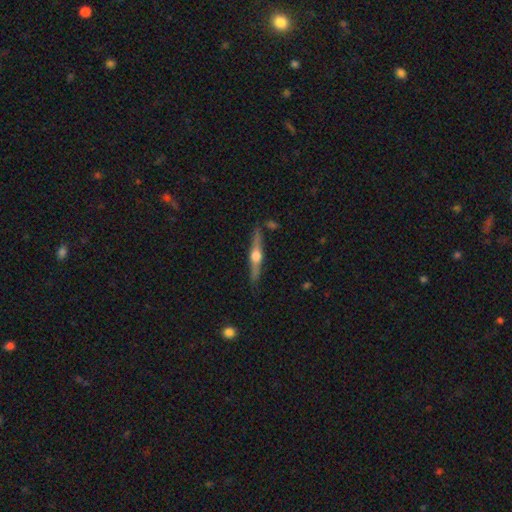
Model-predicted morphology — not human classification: Overall: featured or disk (75%). Edge-on disk: yes (98%). Edge-on bulge: rounded (95%). Merging: none (87%).